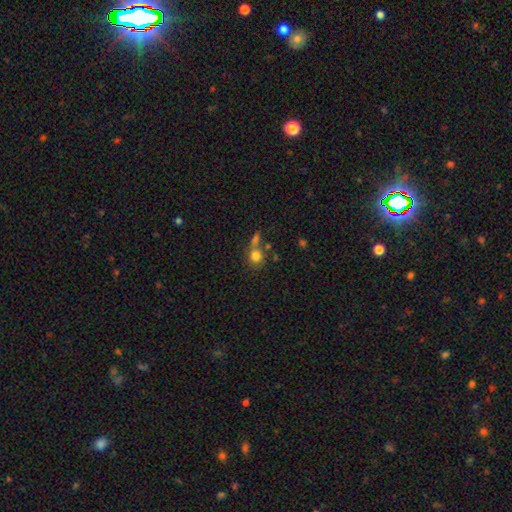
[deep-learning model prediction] Smooth or featured?
  - smooth: 79% *
  - star or artifact: 11%
  - featured or disk: 9%
How rounded?
  - round: 84% *
  - in between: 14%
  - cigar-shaped: 1%
Merging?
  - none: 51% *
  - merger: 31%
  - minor disturbance: 12%
  - major disturbance: 7%